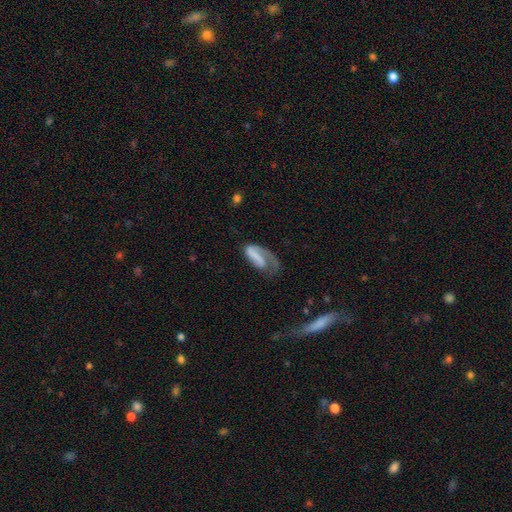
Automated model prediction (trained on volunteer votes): smooth-or-featured: featured or disk: 55% | smooth: 38% | star or artifact: 7%
  disk-edge-on: no: 95% | yes: 5%
    bar: no: 40% | strong: 31% | weak: 29%
    has-spiral-arms: yes: 80% | no: 20%
    bulge-size: none: 60% | small: 20% | moderate: 11% | large: 6% | dominant: 3%
  merging: major disturbance: 45% | none: 29% | minor disturbance: 22% | merger: 4%